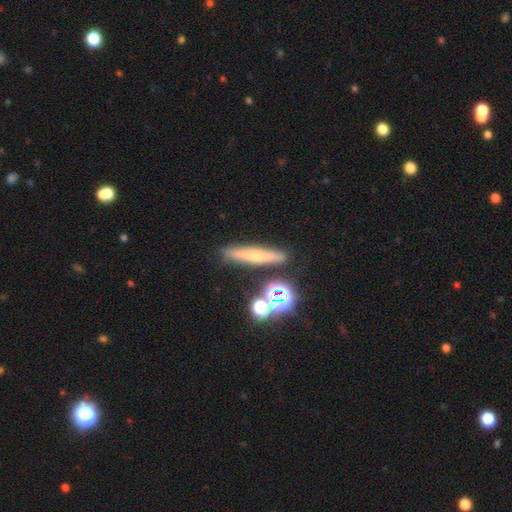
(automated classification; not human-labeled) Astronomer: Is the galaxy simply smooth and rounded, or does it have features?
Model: smooth — 42% (runner-up: featured or disk, 39%).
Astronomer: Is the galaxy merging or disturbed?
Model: none — 84%.